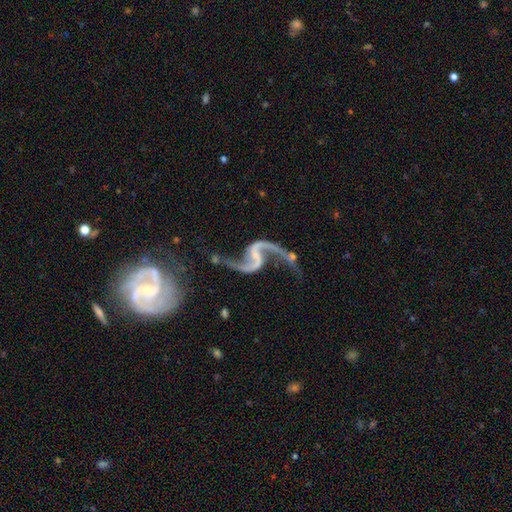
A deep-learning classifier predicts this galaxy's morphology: This appears to be a featured or disk galaxy (93%) with a weak bar (44%), 2 (94%) loose (89%) spiral arms (97%) and a small central bulge (48%). Merging: none (55%).